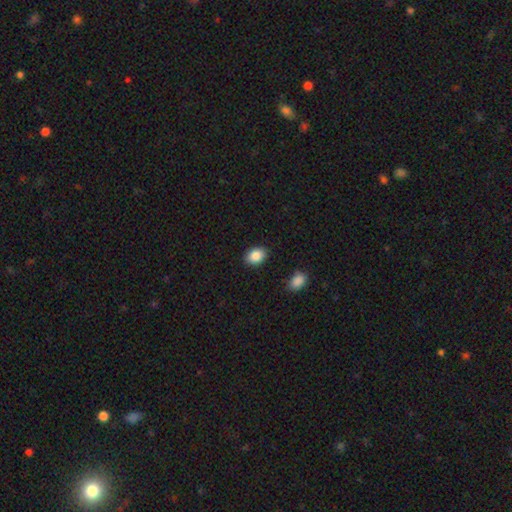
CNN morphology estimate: type=smooth (87%); roundness=in between (72%); merging=none (87%).